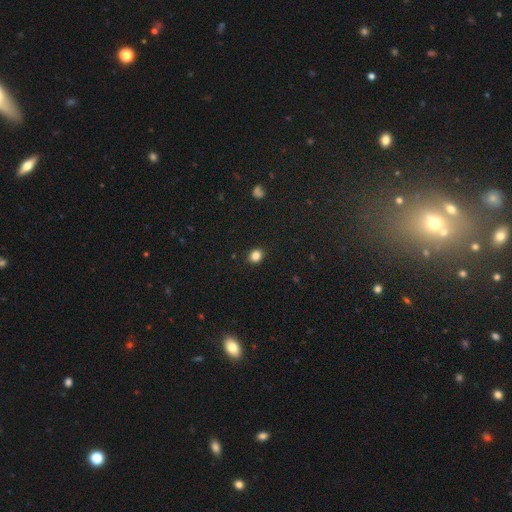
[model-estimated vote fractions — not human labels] A smooth galaxy with no disk features (85%) that is round (65%).

Vote fractions:
- Smooth or featured? smooth: 85% / star or artifact: 11% / featured or disk: 4%
- How rounded? round: 65% / in between: 34% / cigar-shaped: 1%
- Merging? none: 90% / minor disturbance: 7% / major disturbance: 2% / merger: 1%